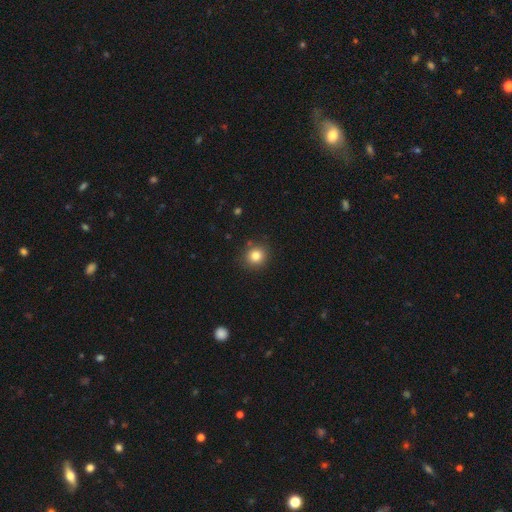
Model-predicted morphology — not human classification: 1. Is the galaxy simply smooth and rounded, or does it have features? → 82% smooth, 12% star or artifact, 7% featured or disk.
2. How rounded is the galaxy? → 90% round, 9% in between, 1% cigar-shaped.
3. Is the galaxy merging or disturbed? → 88% none, 8% minor disturbance, 2% major disturbance, 2% merger.